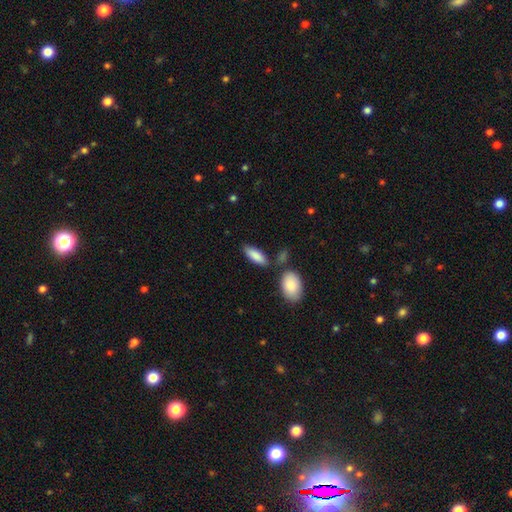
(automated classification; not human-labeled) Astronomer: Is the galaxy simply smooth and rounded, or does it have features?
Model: smooth — 86%.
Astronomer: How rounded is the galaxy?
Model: in between — 71%.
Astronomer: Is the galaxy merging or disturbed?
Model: none — 69%.